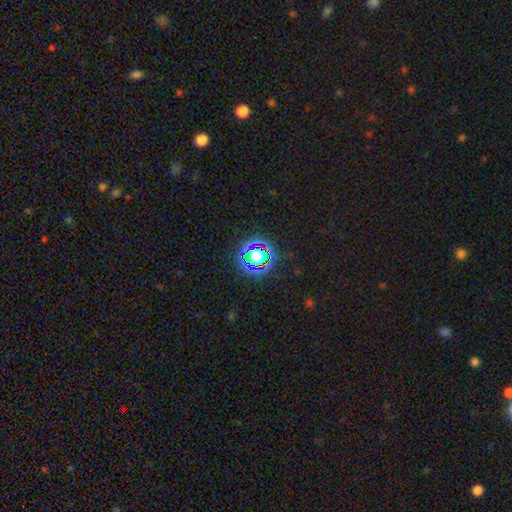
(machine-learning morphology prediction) Smooth or featured: star or artifact — 58% (smooth — 29%)